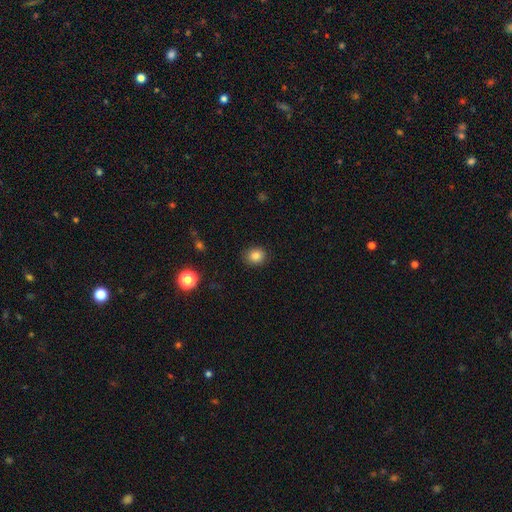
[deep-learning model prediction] Smooth or featured: smooth — 84% (star or artifact — 11%)
How rounded: round — 74% (in between — 25%)
Merging: none — 89% (minor disturbance — 8%)